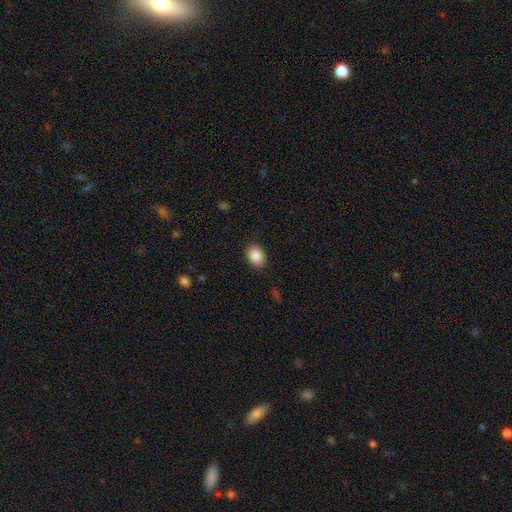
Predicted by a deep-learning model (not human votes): Overall: smooth (88%). How rounded: in between (68%; round 31%). Merging: none (88%).